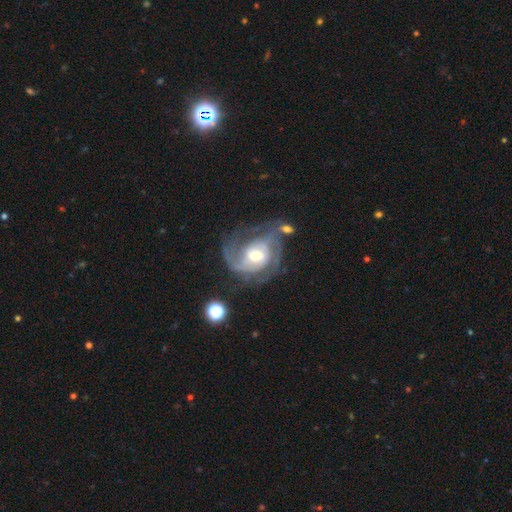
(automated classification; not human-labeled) Morphology: type=featured or disk (87%); edge-on=no (98%); bar=no (48%); spiral arms=yes (95%); winding=medium (45%); arm count=2 (39%); bulge=moderate (61%); merging=none (49%).